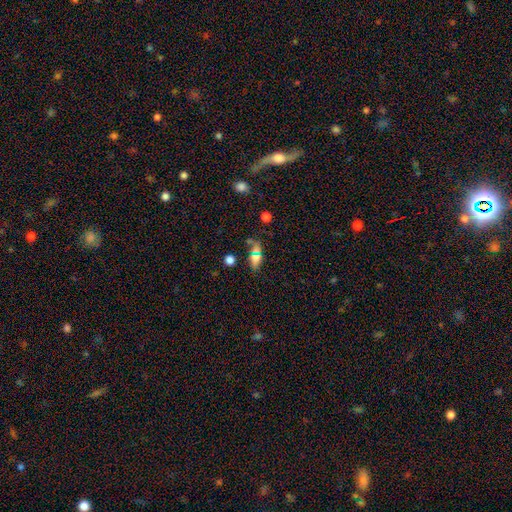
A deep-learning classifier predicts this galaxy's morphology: smooth 62%, star or artifact 20%, featured or disk 17%. Down the decision tree: how rounded — in between (68%); merging — none (65%).